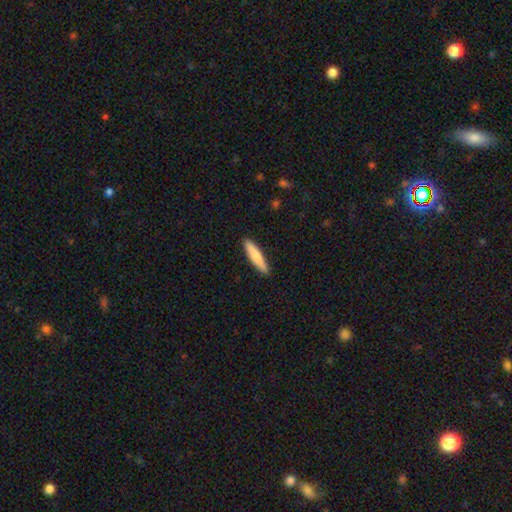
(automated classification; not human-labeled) smooth 77%, featured or disk 18%, star or artifact 5%. Down the decision tree: how rounded — cigar-shaped (88%); merging — none (91%).